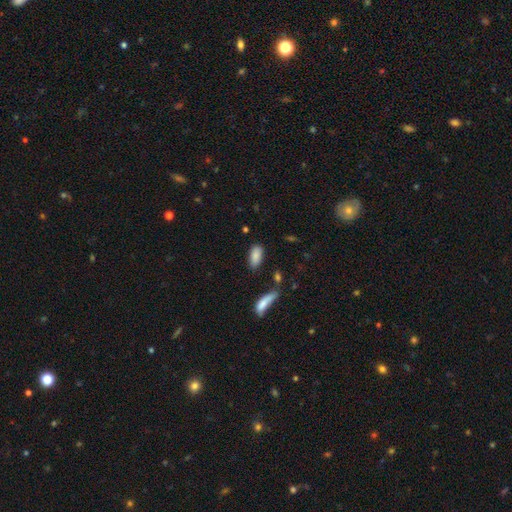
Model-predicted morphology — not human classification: Smooth or featured? smooth (85%)
How rounded? in between (88%)
Merging? none (72%)